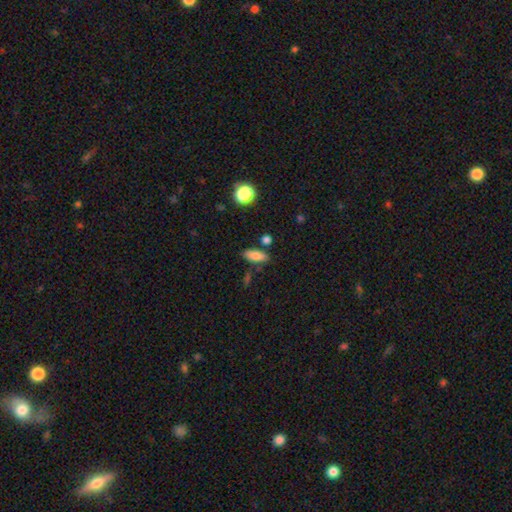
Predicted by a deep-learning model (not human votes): This appears to be a smooth galaxy with no disk features (83%) that is in between round and cigar-shaped (78%). Merging: none (78%).